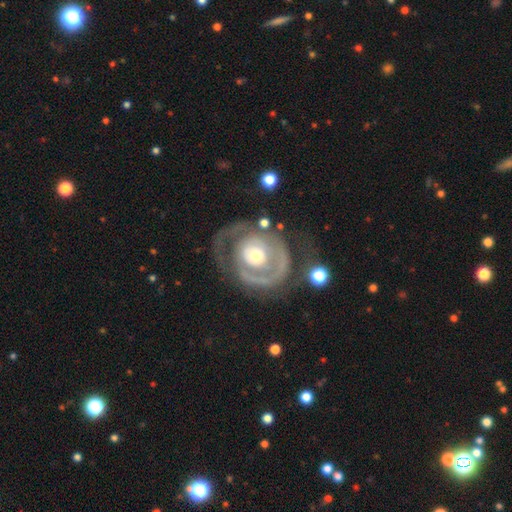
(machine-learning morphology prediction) This is likely a featured or disk galaxy (75%). It is clearly not viewed edge-on (97%). Bar: clearly no (83%). Spiral arm pattern: possibly yes (57%). Central bulge: likely moderate (60%). Merging: possibly none (45%).